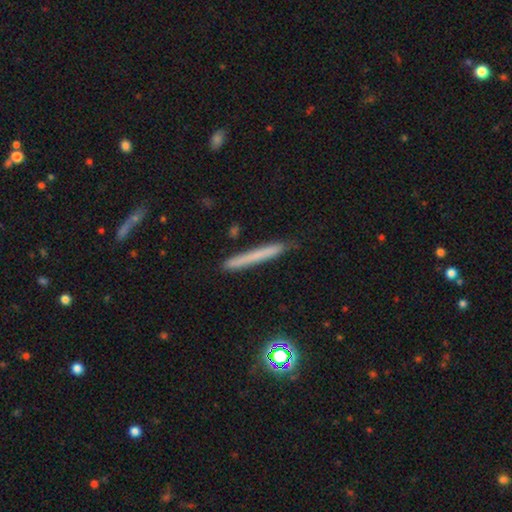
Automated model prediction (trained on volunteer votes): Overall: smooth (63%; featured or disk 28%). How rounded: cigar-shaped (97%). Merging: none (87%).